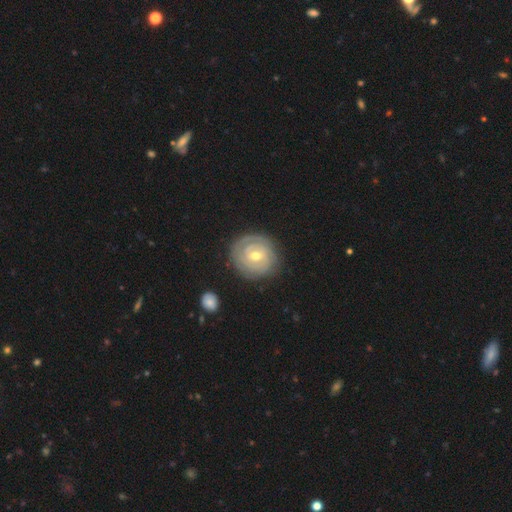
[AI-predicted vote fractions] A featured or disk galaxy (80%) with no bar (50%), 2 (37%) tight (85%) spiral arms (89%) and a moderate central bulge (60%). Merging: none (82%).